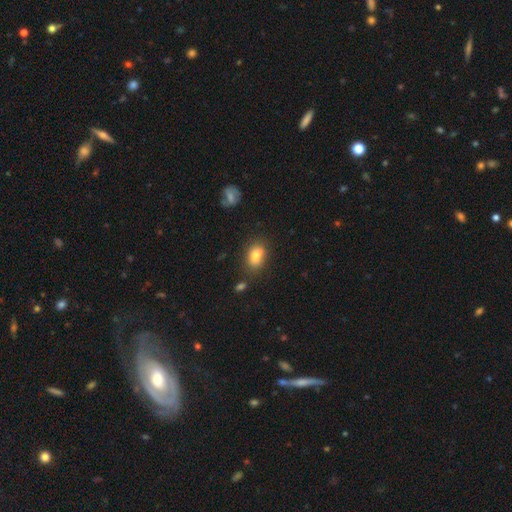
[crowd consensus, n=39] smooth-or-featured: smooth: 87% | star or artifact: 8% | featured or disk: 5%
  how-rounded: in between: 82% | round: 12% | cigar-shaped: 6%
  merging: none: 78% | minor disturbance: 11% | major disturbance: 8% | merger: 3%